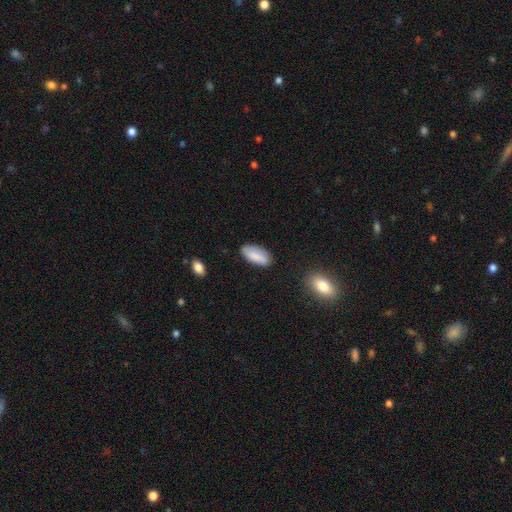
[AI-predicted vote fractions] smooth_or_featured: smooth (p=0.85) [alt: featured or disk p=0.09]
how_rounded: in between (p=0.88) [alt: cigar-shaped p=0.10]
merging: none (p=0.81) [alt: minor disturbance p=0.14]